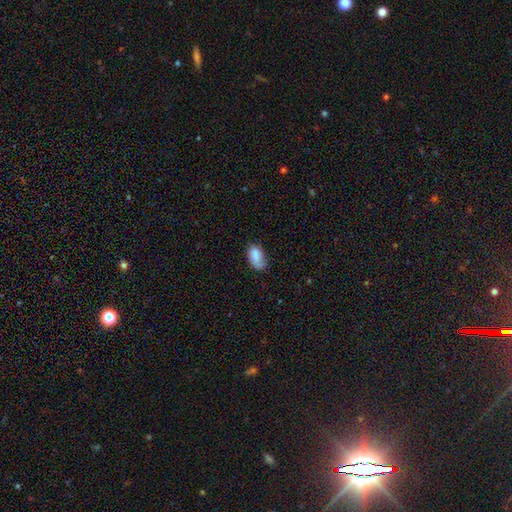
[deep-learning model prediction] Smooth or featured? smooth (80%)
How rounded? in between (93%)
Merging? none (55%)